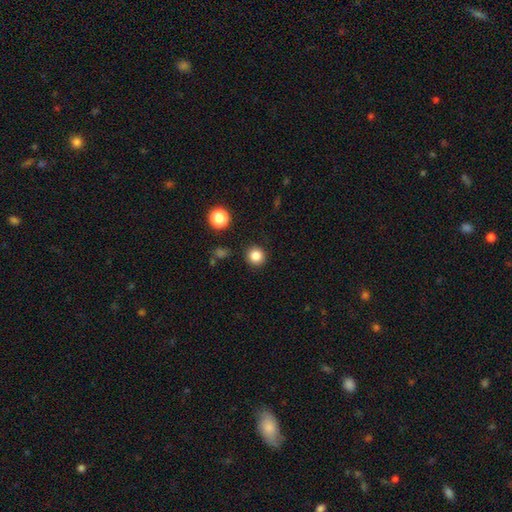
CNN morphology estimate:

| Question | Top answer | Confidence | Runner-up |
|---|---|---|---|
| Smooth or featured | smooth | 84% | star or artifact (12%) |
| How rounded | round | 93% | in between (6%) |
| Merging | none | 90% | minor disturbance (6%) |